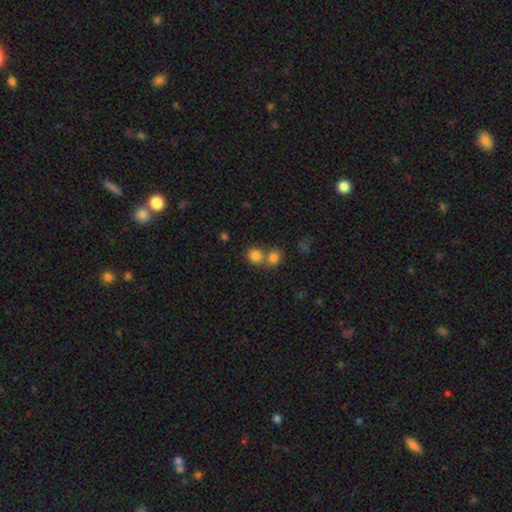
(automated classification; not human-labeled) Smooth or featured? Predicted: smooth (p=0.82). How rounded? Predicted: round (p=0.79). Merging? Predicted: none (p=0.47).